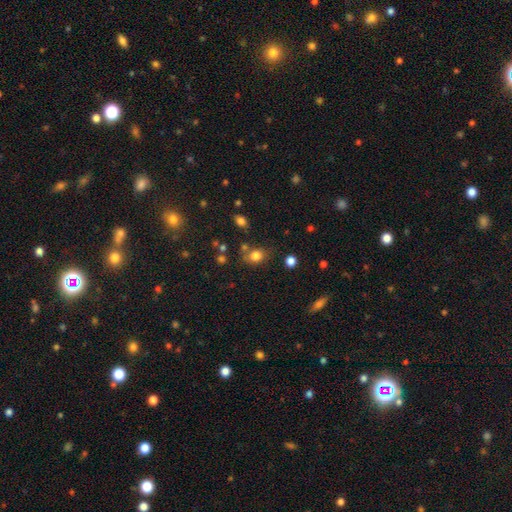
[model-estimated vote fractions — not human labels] Q: Smooth or featured?
A: smooth (80%); runner-up: star or artifact (13%)
Q: How rounded?
A: round (54%); runner-up: in between (44%)
Q: Merging?
A: none (65%); runner-up: minor disturbance (19%)